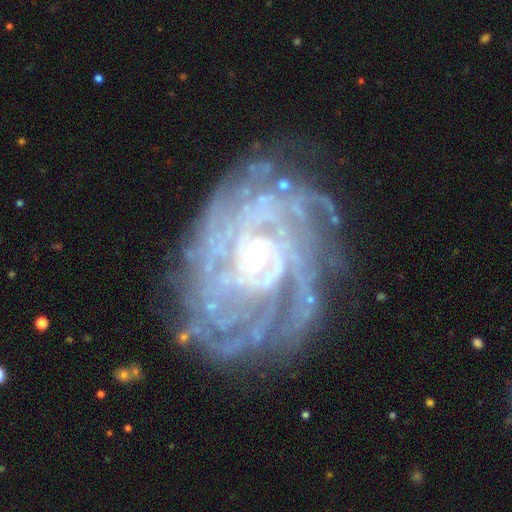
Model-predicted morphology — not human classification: A featured or disk galaxy (89%) with no bar (71%), tight (78%) spiral arms (97%) and a small central bulge (74%).

Vote fractions:
- Smooth or featured? featured or disk: 89% / star or artifact: 6% / smooth: 5%
- Edge-on disk? no: 97% / yes: 3%
- Bar? no: 71% / weak: 22% / strong: 8%
- Spiral arms? yes: 97% / no: 3%
- Spiral winding? tight: 78% / medium: 18% / loose: 4%
- Spiral arm count? can't tell: 29% / more than 4: 25% / 4: 18% / 3: 11% / 2: 10% / 1: 7%
- Bulge size? small: 74% / moderate: 21% / large: 2% / none: 2% / dominant: 1%
- Merging? none: 73% / minor disturbance: 17% / major disturbance: 9% / merger: 2%